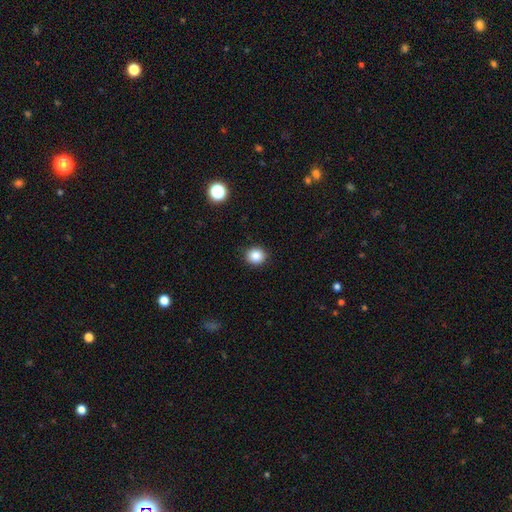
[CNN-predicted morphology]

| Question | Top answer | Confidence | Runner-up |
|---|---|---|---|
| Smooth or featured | smooth | 86% | star or artifact (10%) |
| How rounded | round | 82% | in between (17%) |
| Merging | none | 91% | minor disturbance (6%) |